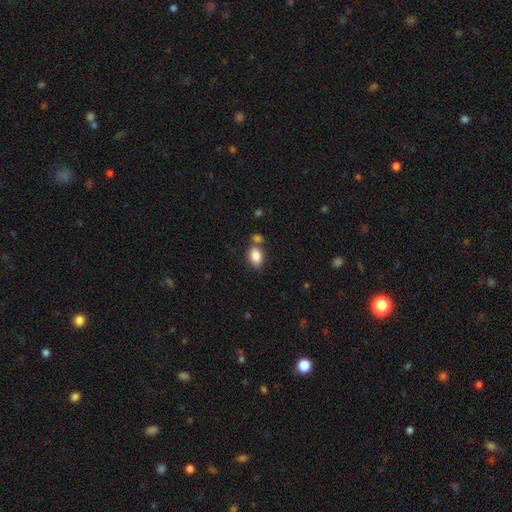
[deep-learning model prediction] A smooth galaxy with no disk features (85%) that is in between round and cigar-shaped (84%).

Vote fractions:
- Smooth or featured? smooth: 85% / star or artifact: 8% / featured or disk: 6%
- How rounded? in between: 84% / round: 14% / cigar-shaped: 1%
- Merging? none: 62% / merger: 23% / minor disturbance: 12% / major disturbance: 4%